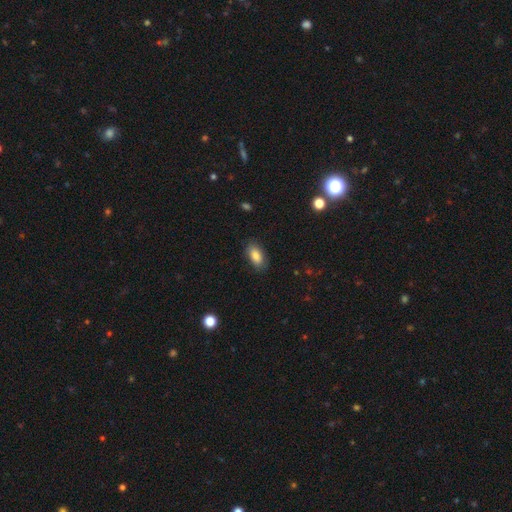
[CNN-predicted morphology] Smooth or featured: smooth — 85% (featured or disk — 7%)
How rounded: in between — 91% (cigar-shaped — 6%)
Merging: none — 85% (minor disturbance — 11%)